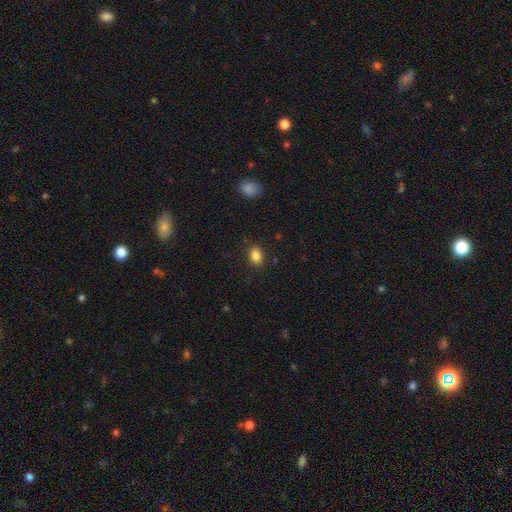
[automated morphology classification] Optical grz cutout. It shows a smooth galaxy with no disk features (86%) that is in between round and cigar-shaped (70%). Merging: none (87%).